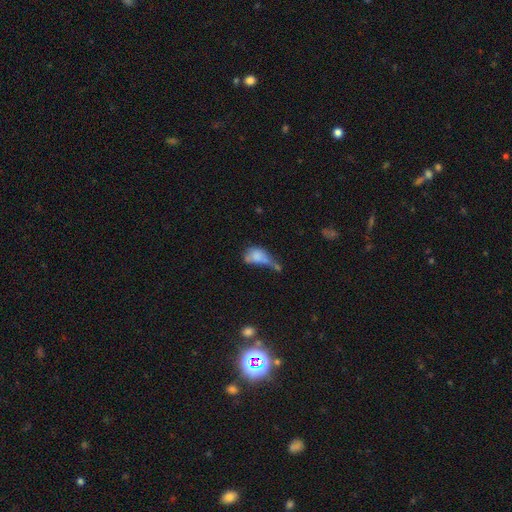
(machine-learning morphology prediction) Smooth or featured? Predicted: smooth (p=0.67). How rounded? Predicted: in between (p=0.74). Merging? Predicted: merger (p=0.32).